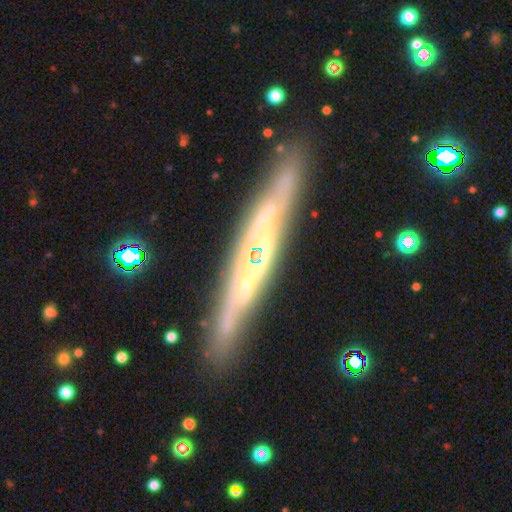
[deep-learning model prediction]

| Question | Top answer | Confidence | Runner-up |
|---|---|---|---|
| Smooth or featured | featured or disk | 75% | smooth (15%) |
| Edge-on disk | yes | 87% | no (13%) |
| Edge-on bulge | none | 55% | rounded (31%) |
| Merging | none | 83% | minor disturbance (11%) |